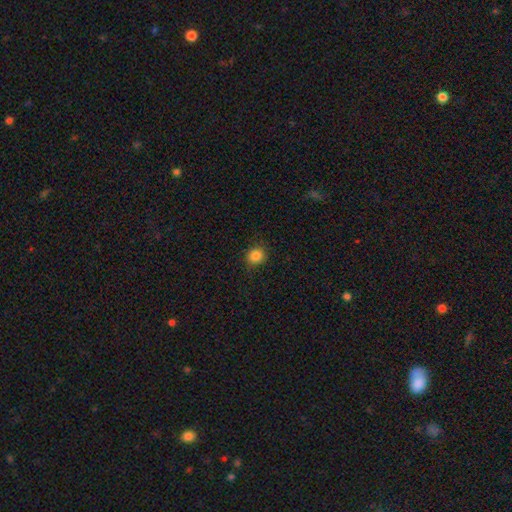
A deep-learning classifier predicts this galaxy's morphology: Smooth or featured? Predicted: smooth (p=0.85). How rounded? Predicted: round (p=0.85). Merging? Predicted: none (p=0.85).